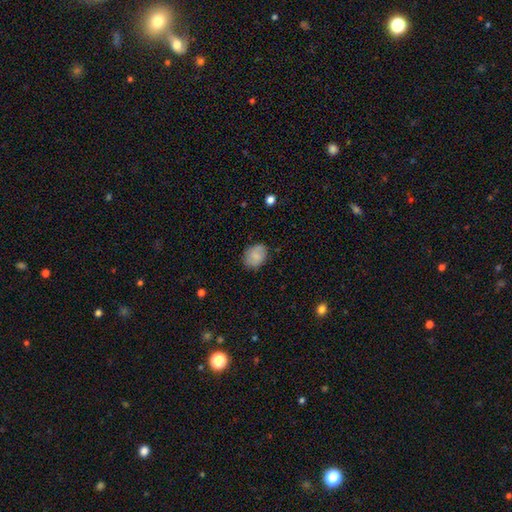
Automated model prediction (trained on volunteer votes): smooth_or_featured: smooth (p=0.82) [alt: featured or disk p=0.11]
how_rounded: in between (p=0.57) [alt: round p=0.42]
merging: none (p=0.81) [alt: minor disturbance p=0.15]